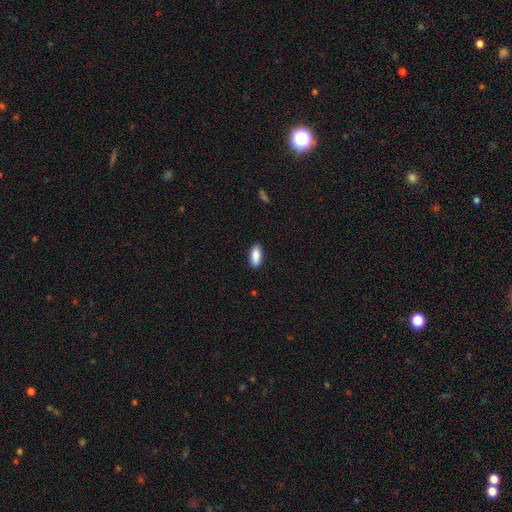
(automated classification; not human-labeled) A smooth galaxy with no disk features (89%) that is in between round and cigar-shaped (88%). Merging: none (89%).